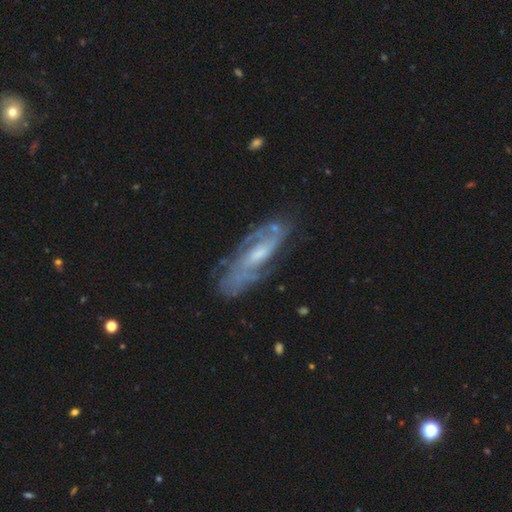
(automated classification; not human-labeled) A featured or disk galaxy (79%) with a weak bar (45%), 2 (48%) medium (43%) spiral arms (88%) and a moderate central bulge (45%). Merging: none (72%).